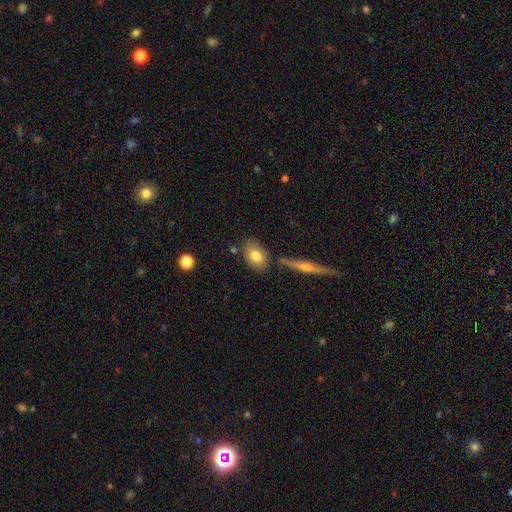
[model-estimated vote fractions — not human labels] The model was most divided on "merging": none: 73%, minor disturbance: 14%, merger: 10%, major disturbance: 3%. More confident: how rounded — in between (82%); smooth or featured — smooth (77%).